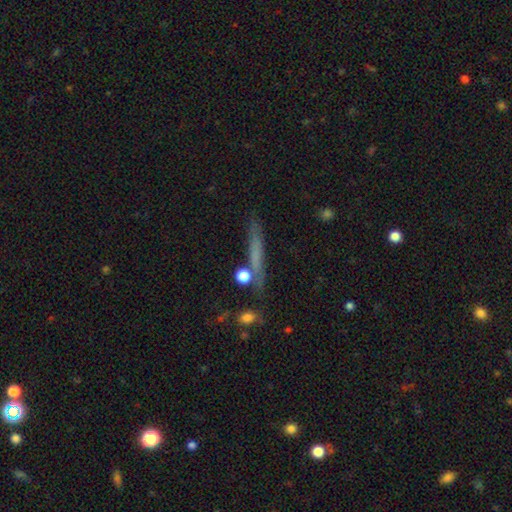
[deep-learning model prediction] This is possibly a smooth galaxy (54%). How rounded: clearly cigar-shaped (89%). Merging: likely none (77%).